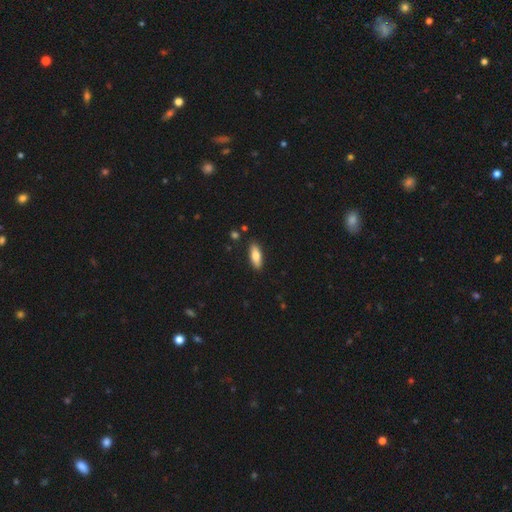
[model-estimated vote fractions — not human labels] Smooth or featured: smooth — 77% (featured or disk — 17%)
How rounded: in between — 64% (cigar-shaped — 34%)
Merging: none — 87% (minor disturbance — 9%)